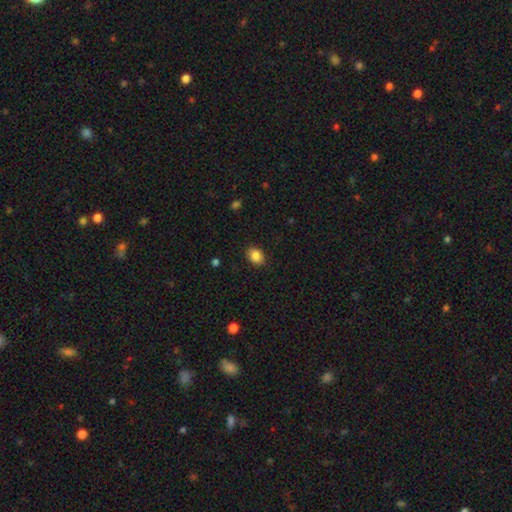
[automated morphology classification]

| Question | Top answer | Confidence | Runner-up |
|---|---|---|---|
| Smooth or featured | smooth | 87% | star or artifact (9%) |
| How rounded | in between | 65% | round (34%) |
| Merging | none | 87% | minor disturbance (9%) |